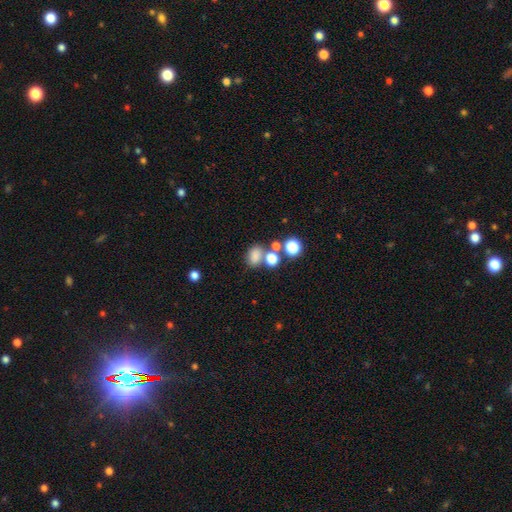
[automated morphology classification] Smooth or featured? smooth (76%)
How rounded? in between (63%)
Merging? none (50%)